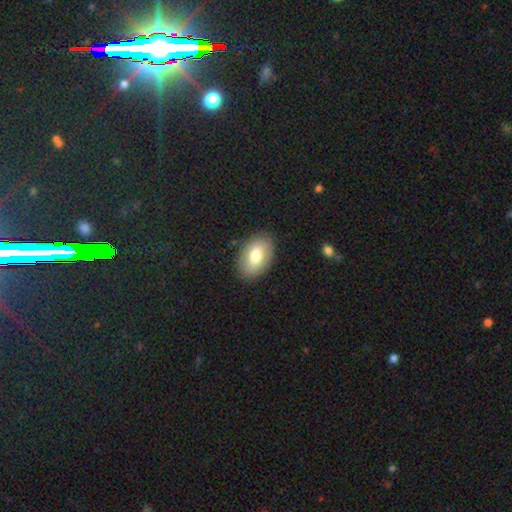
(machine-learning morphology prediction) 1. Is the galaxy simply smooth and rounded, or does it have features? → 75% smooth, 18% featured or disk, 7% star or artifact.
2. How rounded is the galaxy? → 89% in between, 10% round, 1% cigar-shaped.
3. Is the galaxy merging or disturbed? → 85% none, 11% minor disturbance, 3% major disturbance, 1% merger.